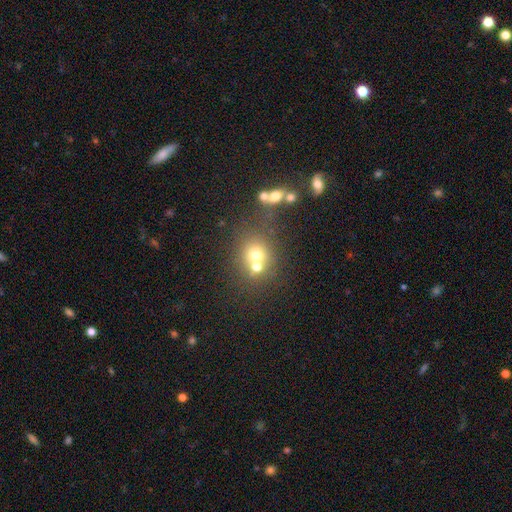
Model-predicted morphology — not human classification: smooth_or_featured: smooth (p=0.67) [alt: star or artifact p=0.17]
how_rounded: round (p=0.81) [alt: in between p=0.18]
merging: none (p=0.46) [alt: merger p=0.42]